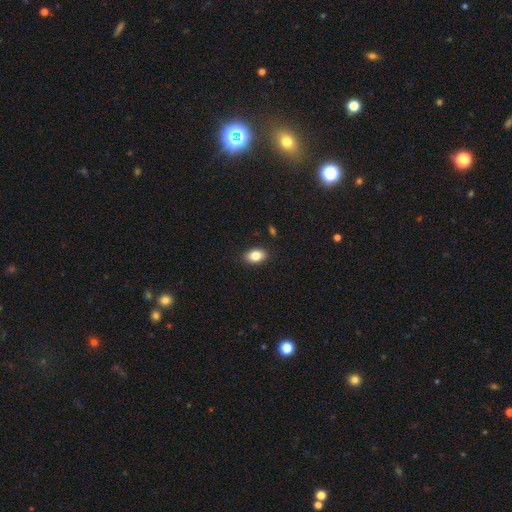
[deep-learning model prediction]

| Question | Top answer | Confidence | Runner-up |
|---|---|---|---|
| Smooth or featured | smooth | 83% | star or artifact (9%) |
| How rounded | in between | 84% | round (15%) |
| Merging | none | 88% | minor disturbance (9%) |